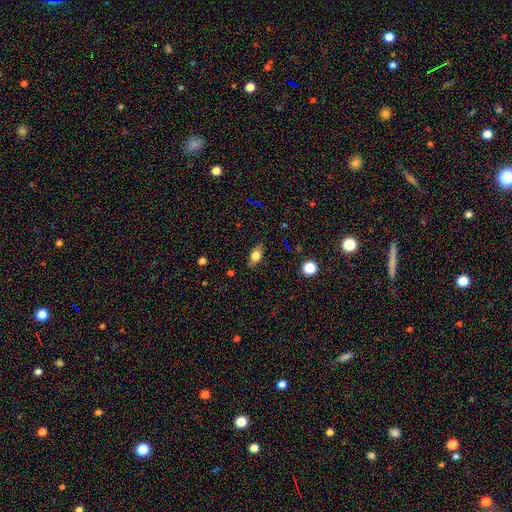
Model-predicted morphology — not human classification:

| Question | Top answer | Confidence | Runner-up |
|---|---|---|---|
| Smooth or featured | smooth | 76% | featured or disk (14%) |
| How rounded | in between | 83% | round (10%) |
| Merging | none | 82% | minor disturbance (14%) |